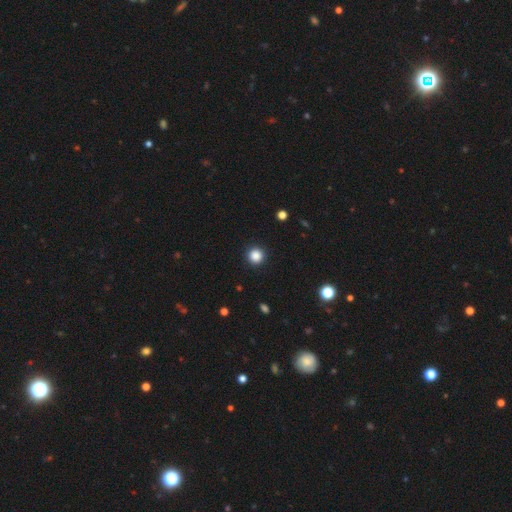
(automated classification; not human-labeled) Smooth or featured?
  - smooth: 86% *
  - star or artifact: 11%
  - featured or disk: 3%
How rounded?
  - round: 95% *
  - in between: 4%
  - cigar-shaped: 1%
Merging?
  - none: 92% *
  - minor disturbance: 5%
  - major disturbance: 2%
  - merger: 1%